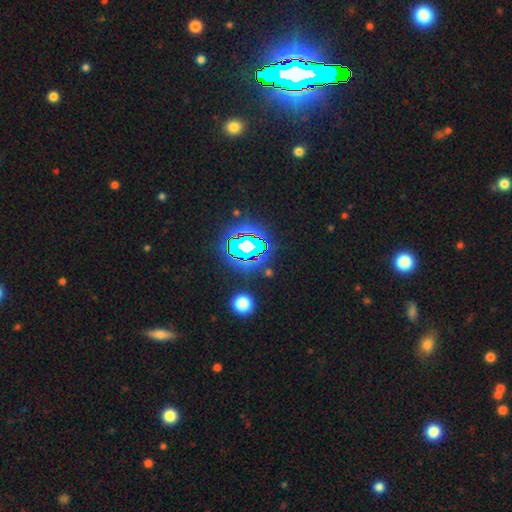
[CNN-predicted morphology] This is clearly a star or artifact rather than a galaxy (83%).